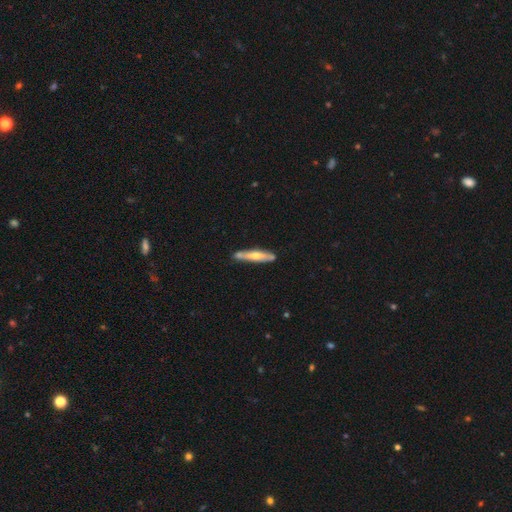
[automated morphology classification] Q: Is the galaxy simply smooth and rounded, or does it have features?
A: smooth — 48%.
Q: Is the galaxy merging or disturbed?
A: none — 73%.